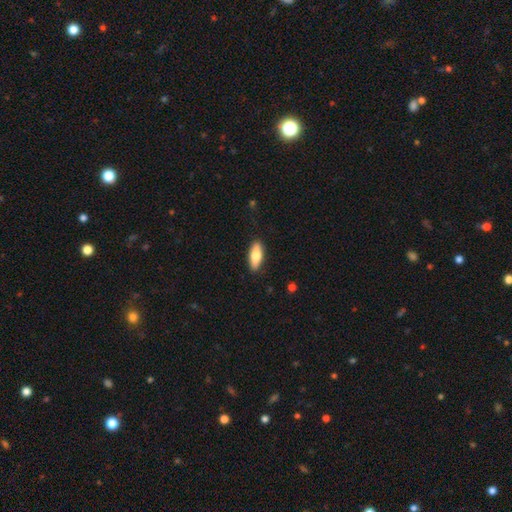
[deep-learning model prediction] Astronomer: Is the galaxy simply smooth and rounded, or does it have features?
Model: smooth — 73%.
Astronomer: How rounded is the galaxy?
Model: in between — 70%.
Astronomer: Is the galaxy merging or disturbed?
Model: none — 88%.